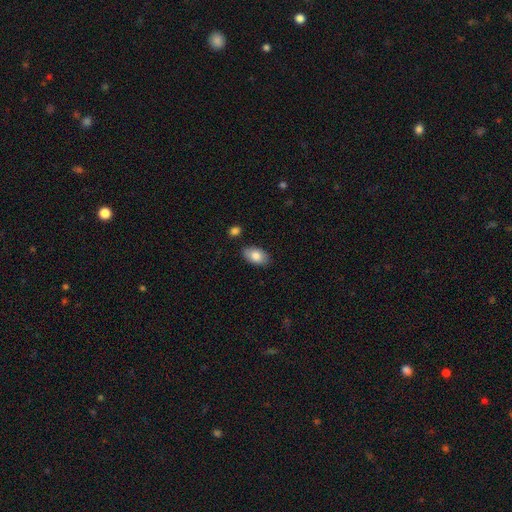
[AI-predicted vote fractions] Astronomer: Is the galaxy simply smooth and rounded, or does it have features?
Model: smooth — 82%.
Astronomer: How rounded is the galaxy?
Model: in between — 93%.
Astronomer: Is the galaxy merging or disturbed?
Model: none — 84%.